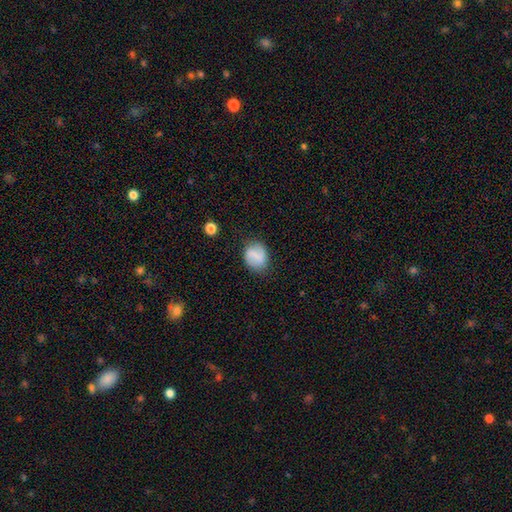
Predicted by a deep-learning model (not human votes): The model was most divided on "how rounded": round: 53%, in between: 45%, cigar-shaped: 2%. More confident: merging — none (75%); smooth or featured — smooth (64%).